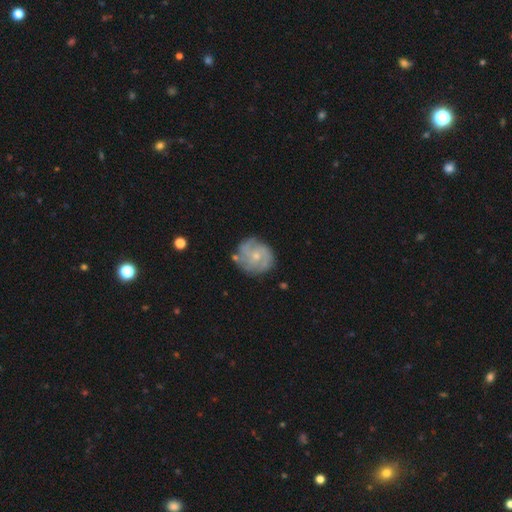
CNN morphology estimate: smooth_or_featured: featured or disk (p=0.76) [alt: smooth p=0.18]
disk_edge_on: no (p=0.98) [alt: yes p=0.02]
bar: no (p=0.75) [alt: weak p=0.22]
has_spiral_arms: yes (p=0.90) [alt: no p=0.10]
spiral_winding: tight (p=0.53) [alt: medium p=0.36]
spiral_arm_count: can't tell (p=0.29) [alt: 3 p=0.28]
bulge_size: small (p=0.65) [alt: moderate p=0.30]
merging: none (p=0.74) [alt: minor disturbance p=0.17]